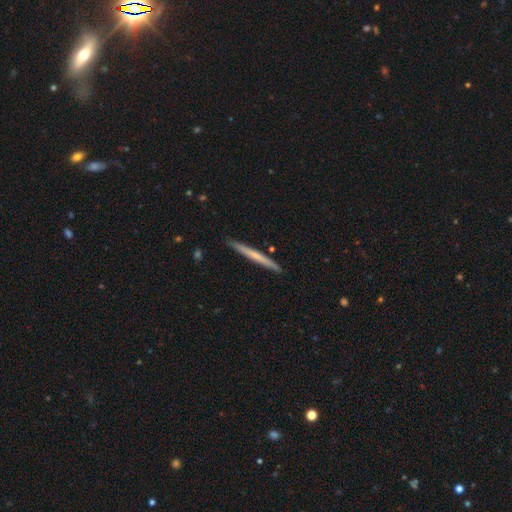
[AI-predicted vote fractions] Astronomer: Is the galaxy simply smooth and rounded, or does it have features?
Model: smooth — 53% (runner-up: featured or disk, 42%).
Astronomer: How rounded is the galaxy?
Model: cigar-shaped — 97%.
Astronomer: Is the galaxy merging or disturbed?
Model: none — 91%.